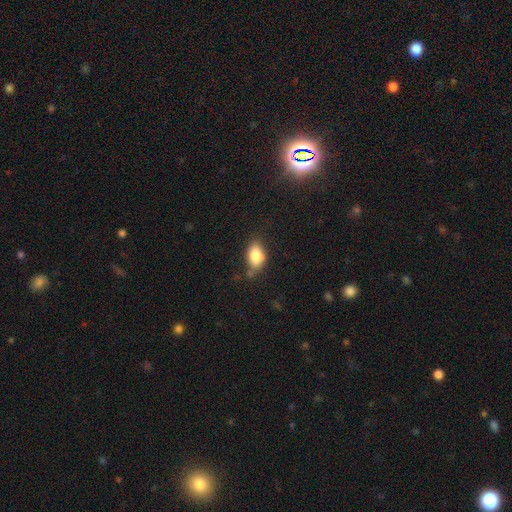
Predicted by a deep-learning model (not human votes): smooth 82%, featured or disk 9%, star or artifact 8%. Down the decision tree: how rounded — in between (85%); merging — none (63%).